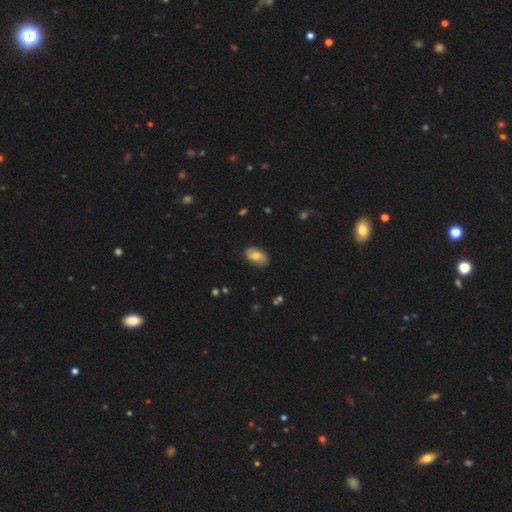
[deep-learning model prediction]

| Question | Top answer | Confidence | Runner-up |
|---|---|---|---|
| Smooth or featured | smooth | 59% | featured or disk (33%) |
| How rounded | in between | 90% | round (9%) |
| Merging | none | 82% | minor disturbance (14%) |